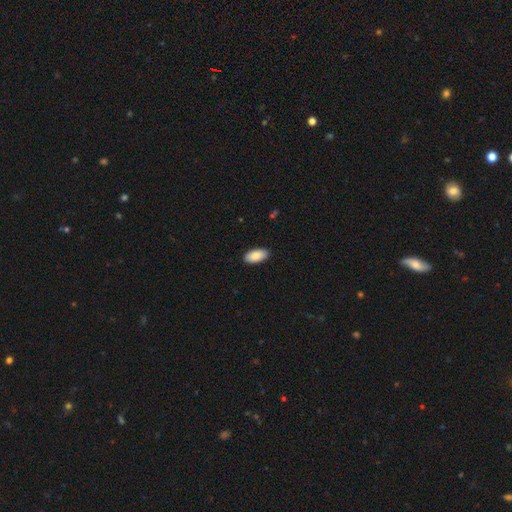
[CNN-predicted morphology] The model was most divided on "smooth or featured": smooth: 85%, featured or disk: 8%, star or artifact: 6%. More confident: how rounded — in between (94%); merging — none (90%).